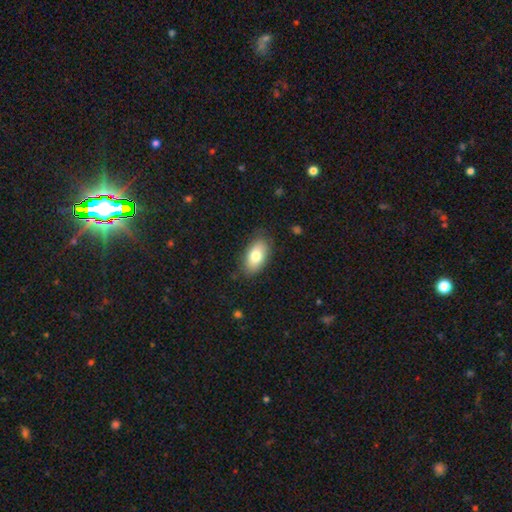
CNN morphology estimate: Overall: smooth (77%). How rounded: in between (92%). Merging: none (82%).